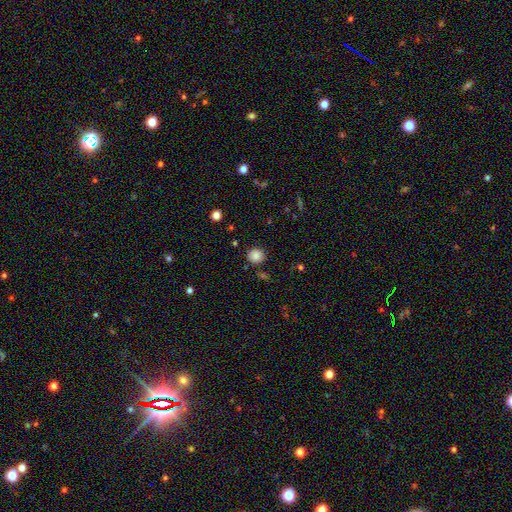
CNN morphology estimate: The model was most divided on "smooth or featured": smooth: 86%, star or artifact: 11%, featured or disk: 4%. More confident: how rounded — round (88%); merging — none (86%).